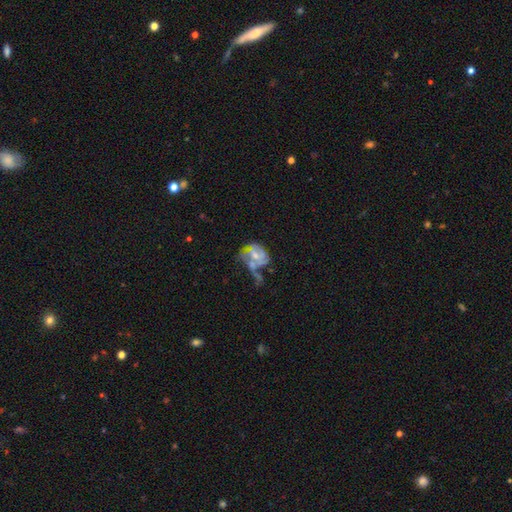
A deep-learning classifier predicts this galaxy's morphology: Smooth or featured? featured or disk (67%)
Edge-on disk? no (97%)
Bar? no (66%)
Spiral arms? yes (60%)
Bulge size? moderate (46%)
Merging? merger (31%)